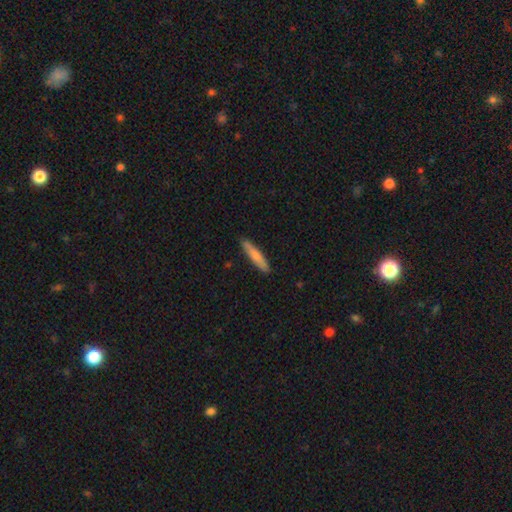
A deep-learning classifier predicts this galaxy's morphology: smooth 72%, featured or disk 22%, star or artifact 5%. Down the decision tree: how rounded — cigar-shaped (89%); merging — none (86%).